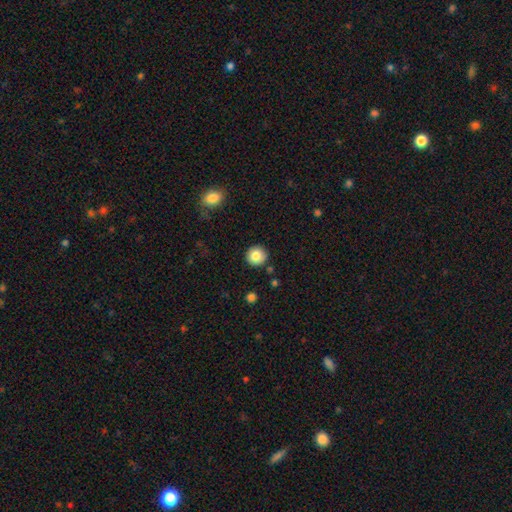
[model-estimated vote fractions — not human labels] Smooth or featured? Predicted: smooth (p=0.84). How rounded? Predicted: round (p=0.94). Merging? Predicted: none (p=0.90).